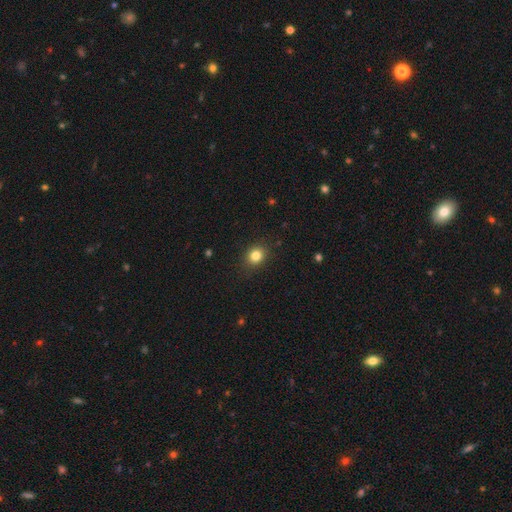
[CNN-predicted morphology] type=smooth (83%); roundness=round (70%); merging=none (88%).